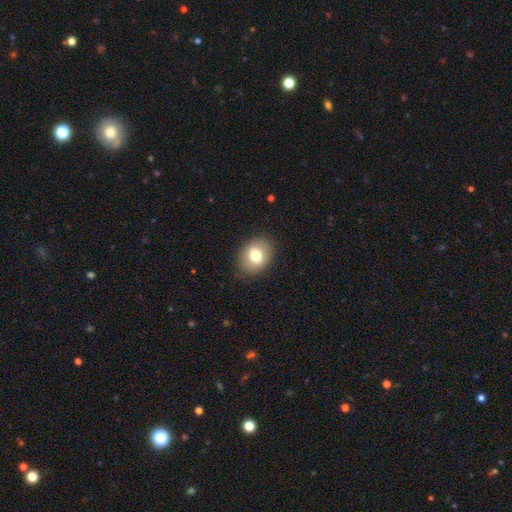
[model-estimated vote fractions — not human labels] smooth-or-featured: smooth: 74% | featured or disk: 17% | star or artifact: 9%
  how-rounded: in between: 54% | round: 45% | cigar-shaped: 1%
  merging: none: 85% | minor disturbance: 10% | major disturbance: 3% | merger: 1%